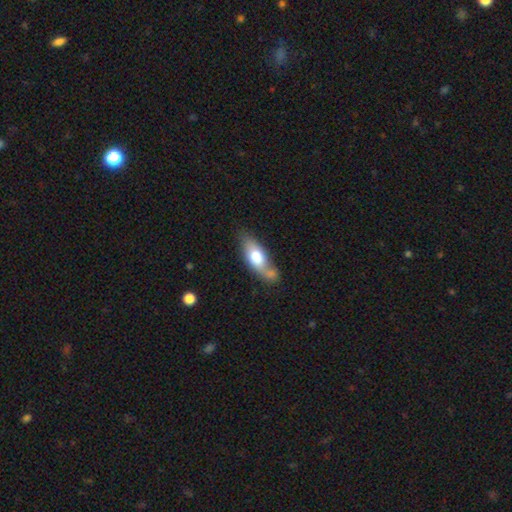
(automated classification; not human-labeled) The model was most divided on "merging": none: 48%, merger: 22%, minor disturbance: 22%, major disturbance: 7%. More confident: how rounded — in between (76%); smooth or featured — smooth (66%).